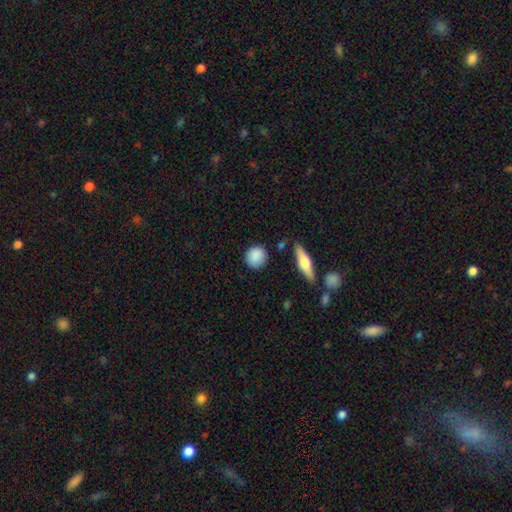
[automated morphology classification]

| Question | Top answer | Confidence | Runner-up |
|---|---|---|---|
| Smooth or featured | smooth | 88% | star or artifact (6%) |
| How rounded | round | 79% | in between (18%) |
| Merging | none | 84% | minor disturbance (10%) |